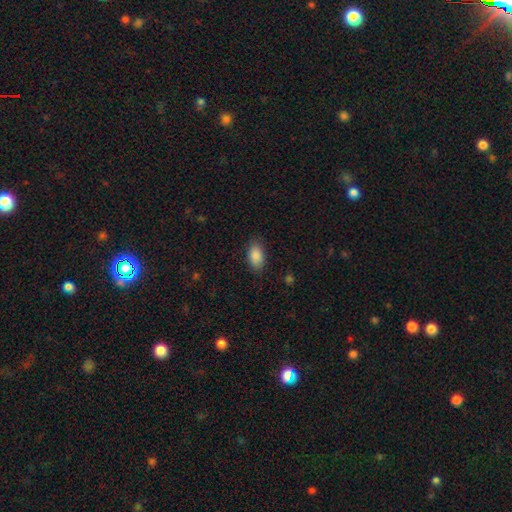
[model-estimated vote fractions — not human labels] Overall: smooth (88%). How rounded: in between (92%). Merging: none (84%).